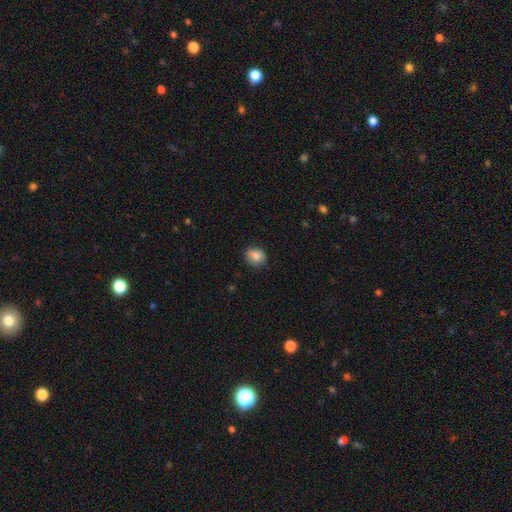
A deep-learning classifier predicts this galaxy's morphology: Smooth or featured?
  - smooth: 82% *
  - featured or disk: 9%
  - star or artifact: 9%
How rounded?
  - round: 72% *
  - in between: 28%
  - cigar-shaped: 1%
Merging?
  - none: 82% *
  - minor disturbance: 14%
  - major disturbance: 2%
  - merger: 1%